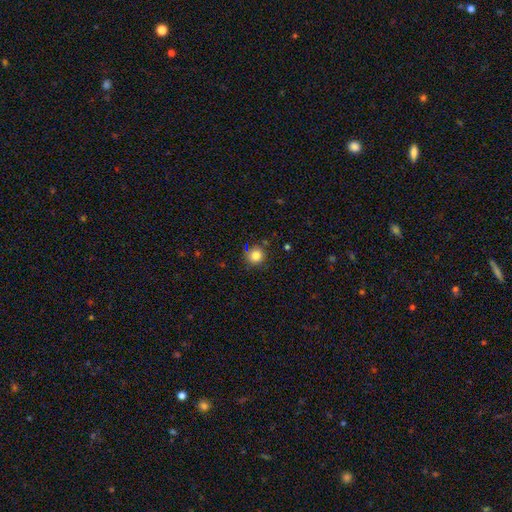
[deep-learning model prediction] The model was most divided on "smooth or featured": smooth: 83%, star or artifact: 12%, featured or disk: 5%. More confident: how rounded — round (92%); merging — none (85%).